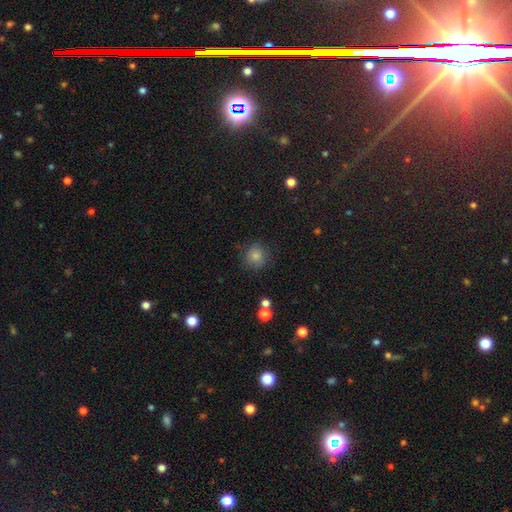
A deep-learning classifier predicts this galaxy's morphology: This is clearly a smooth galaxy (82%). How rounded: clearly round (89%). Merging: clearly none (81%).